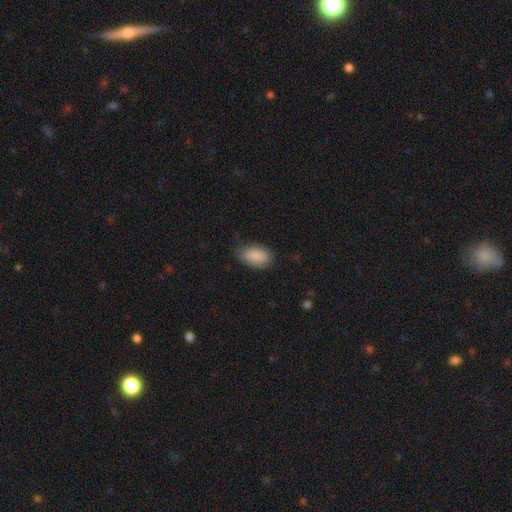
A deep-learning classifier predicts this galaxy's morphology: The model was most divided on "merging": none: 74%, minor disturbance: 21%, major disturbance: 4%, merger: 1%. More confident: how rounded — in between (93%); smooth or featured — smooth (88%).